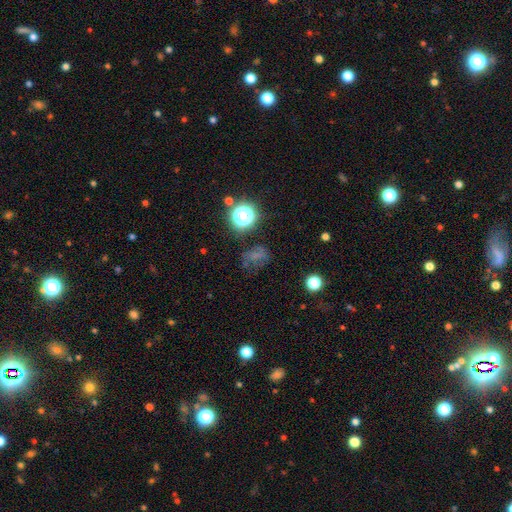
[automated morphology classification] Smooth or featured? Predicted: smooth (p=0.44). Merging? Predicted: none (p=0.60).